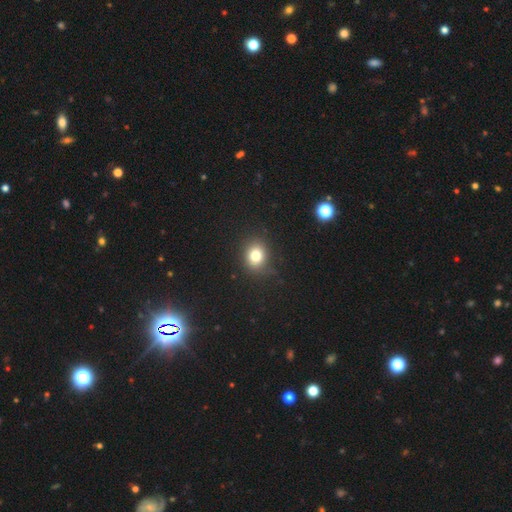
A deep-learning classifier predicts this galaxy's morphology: Smooth or featured?
  - smooth: 79% *
  - star or artifact: 13%
  - featured or disk: 8%
How rounded?
  - round: 66% *
  - in between: 33%
  - cigar-shaped: 1%
Merging?
  - none: 82% *
  - minor disturbance: 13%
  - major disturbance: 4%
  - merger: 1%